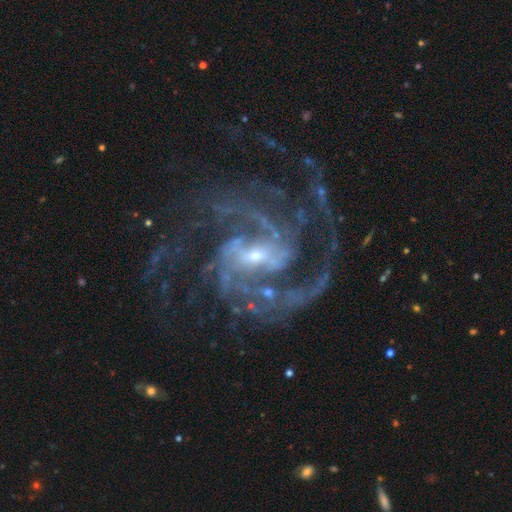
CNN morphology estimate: Overall: featured or disk (90%). Edge-on disk: no (98%). Bar: weak (47%; strong 30%). Spiral arms: yes (97%). Spiral arm count: 2 (36%; 3 19%). Spiral winding: medium (49%; loose 30%). Bulge size: small (67%; moderate 27%). Merging: none (55%; major disturbance 27%).